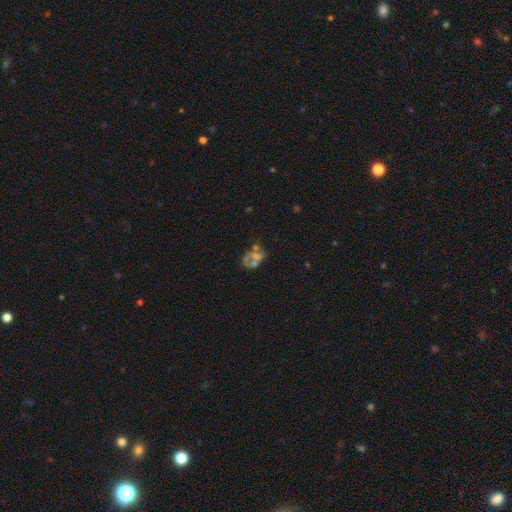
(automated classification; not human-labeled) smooth-or-featured: featured or disk: 50% | smooth: 29% | star or artifact: 21%
  disk-edge-on: no: 97% | yes: 3%
  merging: none: 36% | merger: 27% | major disturbance: 21% | minor disturbance: 16%